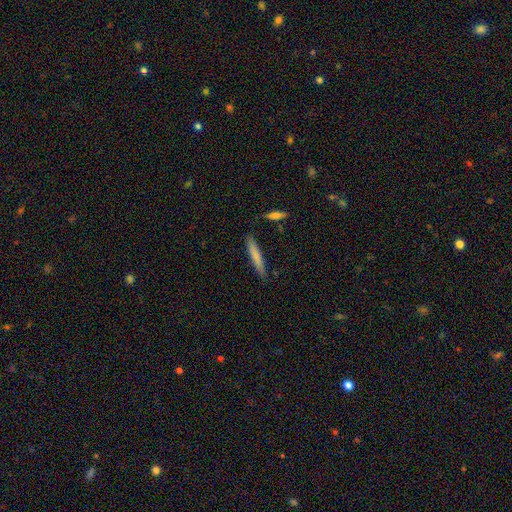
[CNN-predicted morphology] This is likely a smooth galaxy (75%). How rounded: clearly cigar-shaped (93%). Merging: clearly none (86%).